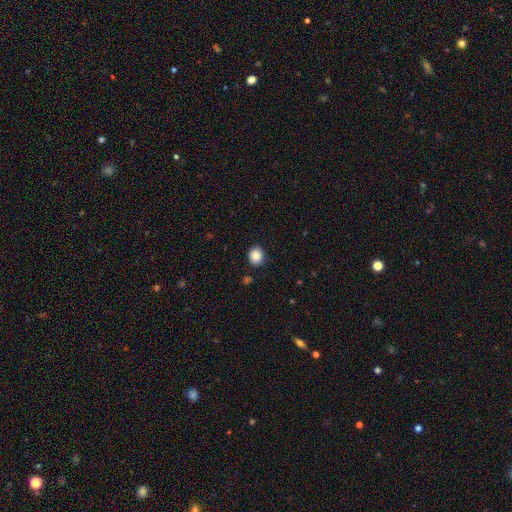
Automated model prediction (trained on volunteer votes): This appears to be a smooth galaxy with no disk features (87%) that is round (67%). Merging: none (88%).